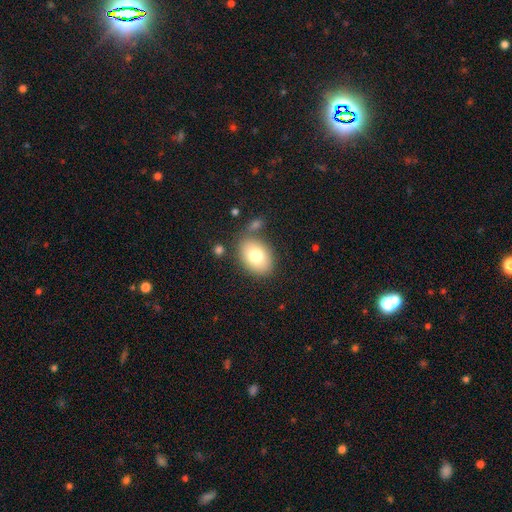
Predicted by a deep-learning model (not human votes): smooth-or-featured: smooth: 76% | featured or disk: 15% | star or artifact: 8%
  how-rounded: in between: 78% | round: 21% | cigar-shaped: 1%
  merging: none: 75% | minor disturbance: 13% | merger: 7% | major disturbance: 5%